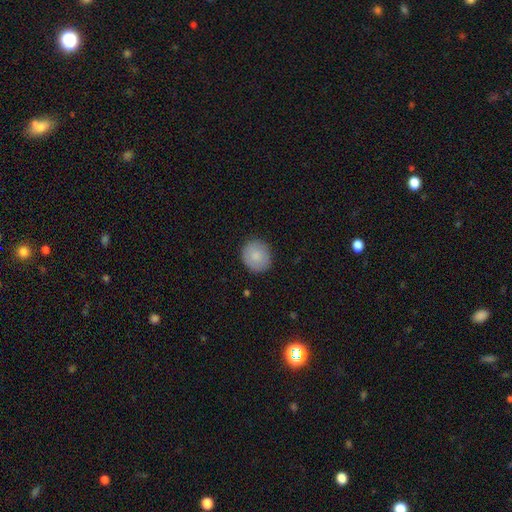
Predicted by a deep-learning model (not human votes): smooth 84%, featured or disk 9%, star or artifact 7%. Down the decision tree: how rounded — round (80%); merging — none (87%).